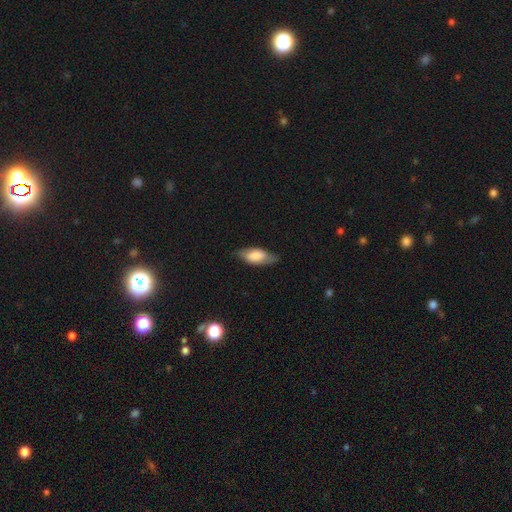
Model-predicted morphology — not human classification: Smooth or featured? Predicted: smooth (p=0.69). How rounded? Predicted: in between (p=0.82). Merging? Predicted: none (p=0.74).